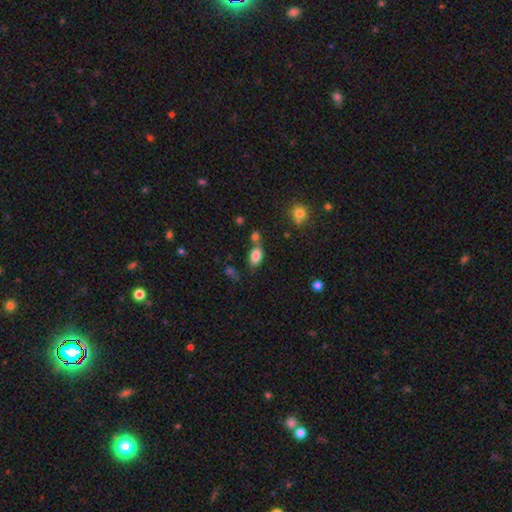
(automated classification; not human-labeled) Morphology: type=smooth (82%); roundness=in between (89%); merging=none (54%).